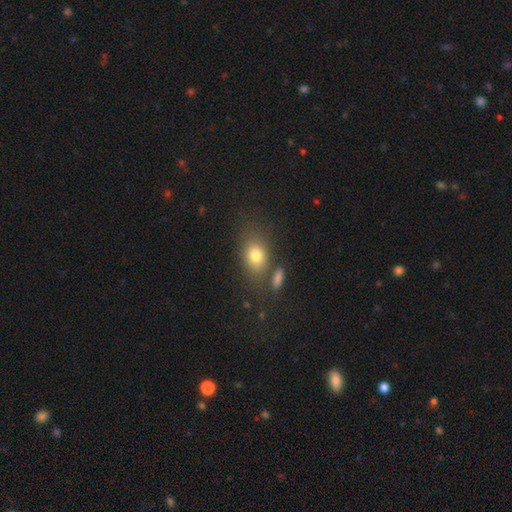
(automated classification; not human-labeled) smooth-or-featured: smooth: 78% | star or artifact: 11% | featured or disk: 11%
  how-rounded: in between: 67% | round: 31% | cigar-shaped: 2%
  merging: none: 68% | minor disturbance: 14% | merger: 12% | major disturbance: 6%